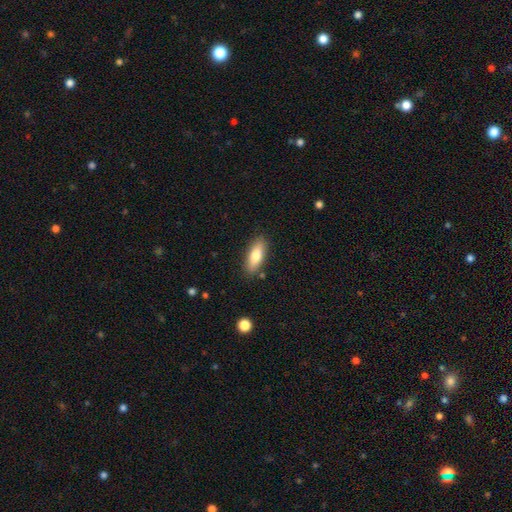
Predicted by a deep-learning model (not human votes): Morphology: type=smooth (78%); roundness=in between (70%); merging=none (85%).